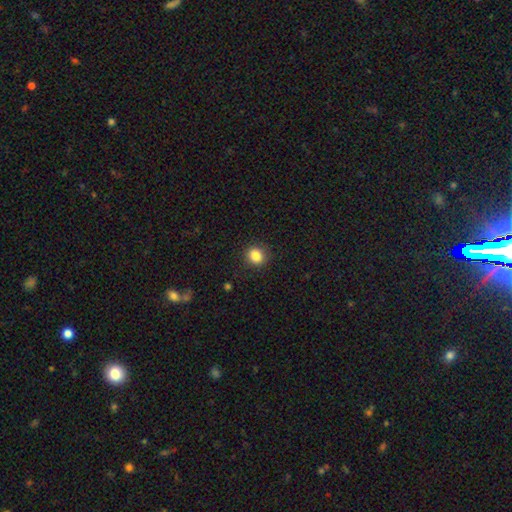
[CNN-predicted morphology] smooth 85%, star or artifact 10%, featured or disk 4%. Down the decision tree: how rounded — round (75%); merging — none (87%).